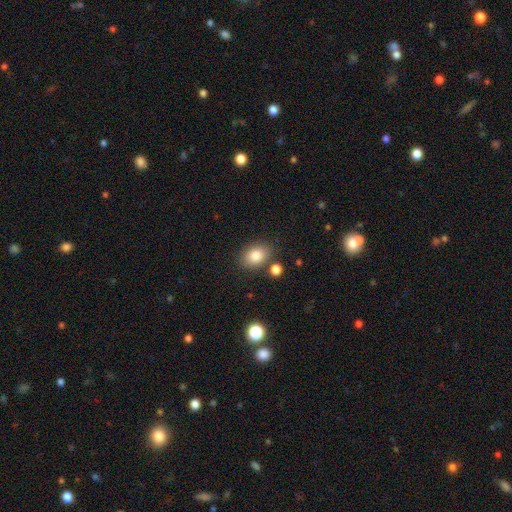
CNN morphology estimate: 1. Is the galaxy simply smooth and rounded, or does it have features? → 83% smooth, 9% star or artifact, 8% featured or disk.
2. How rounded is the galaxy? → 76% in between, 23% round, 1% cigar-shaped.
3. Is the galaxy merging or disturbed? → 79% none, 11% minor disturbance, 6% merger, 3% major disturbance.